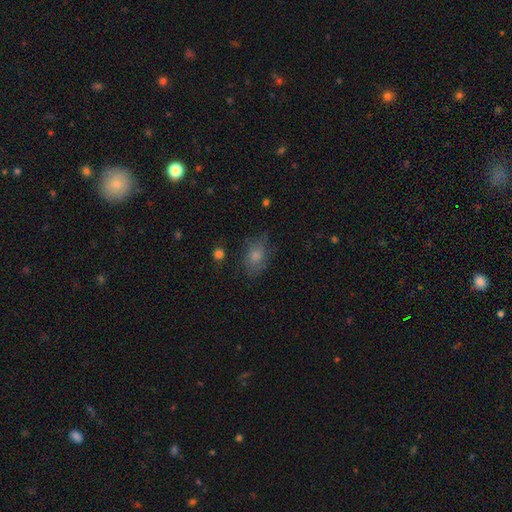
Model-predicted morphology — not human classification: Smooth or featured? Predicted: smooth (p=0.74). How rounded? Predicted: in between (p=0.75). Merging? Predicted: none (p=0.64).